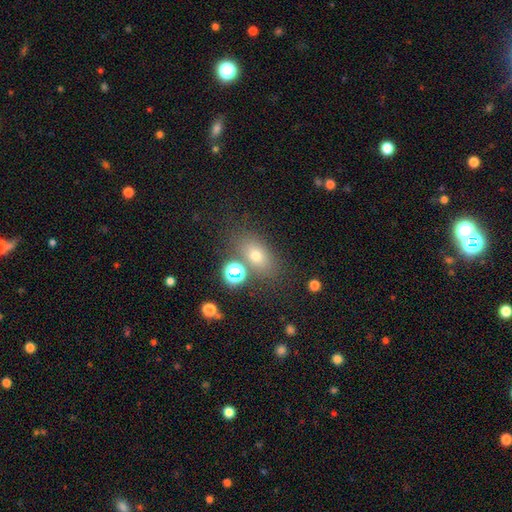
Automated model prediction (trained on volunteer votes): Overall: smooth (66%). How rounded: in between (72%). Merging: none (70%).